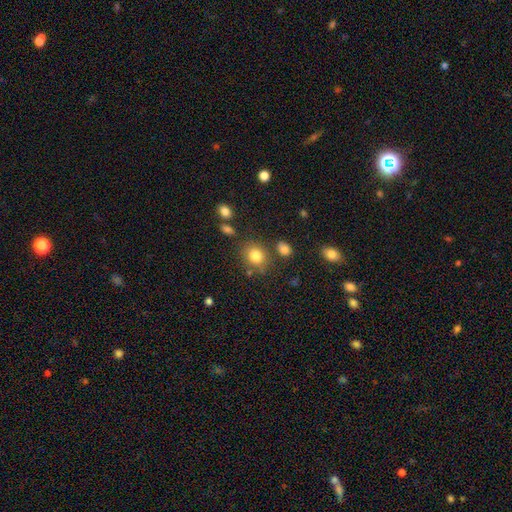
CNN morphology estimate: Q: Smooth or featured?
A: smooth (81%); runner-up: star or artifact (12%)
Q: How rounded?
A: round (70%); runner-up: in between (29%)
Q: Merging?
A: none (77%); runner-up: minor disturbance (12%)